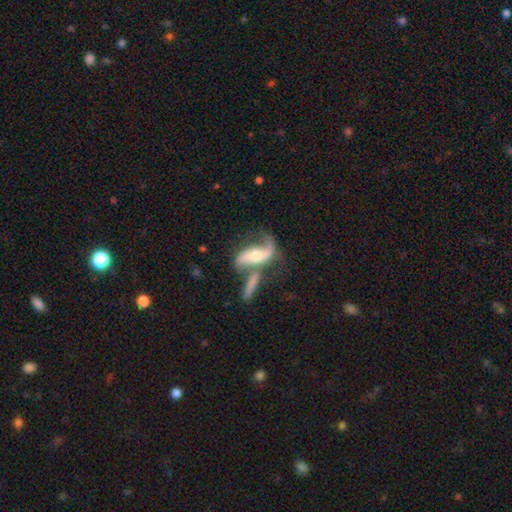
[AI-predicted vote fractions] A featured or disk galaxy (78%) with no bar (42%), 2 (79%) loose (71%) spiral arms (91%) and a moderate central bulge (62%).

Vote fractions:
- Smooth or featured? featured or disk: 78% / smooth: 15% / star or artifact: 6%
- Edge-on disk? no: 90% / yes: 10%
- Bar? no: 42% / weak: 33% / strong: 26%
- Spiral arms? yes: 91% / no: 9%
- Spiral winding? loose: 71% / medium: 23% / tight: 7%
- Spiral arm count? 2: 79% / 1: 14% / can't tell: 5% / 3: 1% / 4: 1% / more than 4: 1%
- Bulge size? moderate: 62% / small: 27% / large: 7% / none: 2% / dominant: 1%
- Merging? none: 37% / merger: 32% / major disturbance: 16% / minor disturbance: 15%